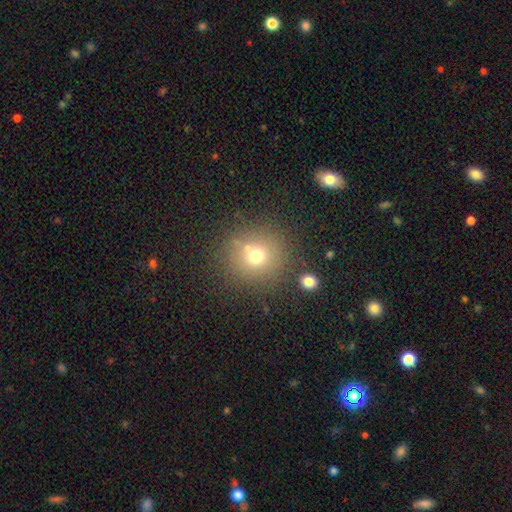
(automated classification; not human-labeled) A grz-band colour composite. It shows a smooth galaxy with no disk features (69%) that is round (91%). Merging: none (78%).